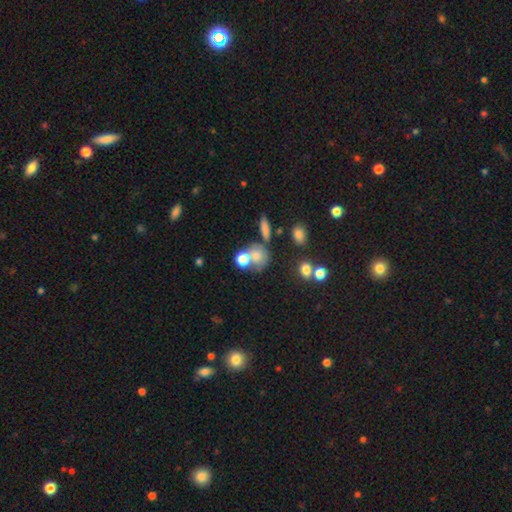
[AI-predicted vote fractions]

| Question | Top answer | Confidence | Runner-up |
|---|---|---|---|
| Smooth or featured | smooth | 70% | featured or disk (16%) |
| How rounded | round | 73% | in between (25%) |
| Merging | none | 39% | tied: merger (39%) |